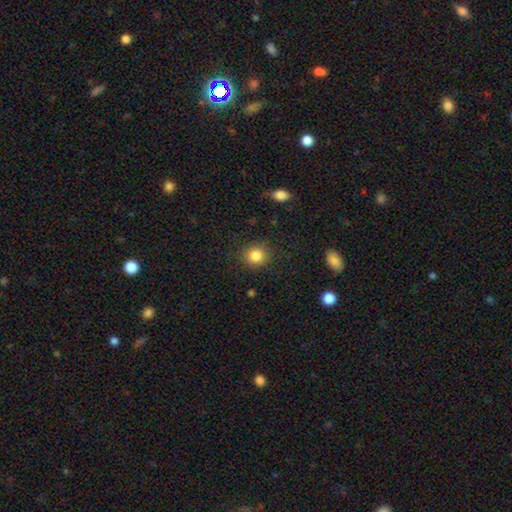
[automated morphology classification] Overall: smooth (85%). How rounded: round (87%). Merging: none (88%).